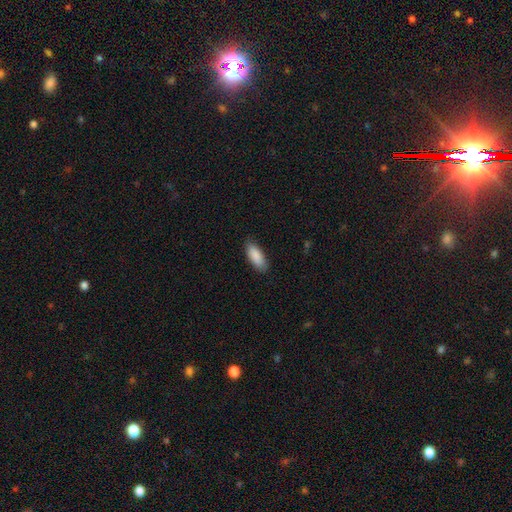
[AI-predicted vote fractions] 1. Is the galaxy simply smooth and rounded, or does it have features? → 89% smooth, 6% star or artifact, 5% featured or disk.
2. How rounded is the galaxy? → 78% in between, 21% cigar-shaped, 2% round.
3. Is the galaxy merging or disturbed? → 85% none, 12% minor disturbance, 2% major disturbance, 1% merger.